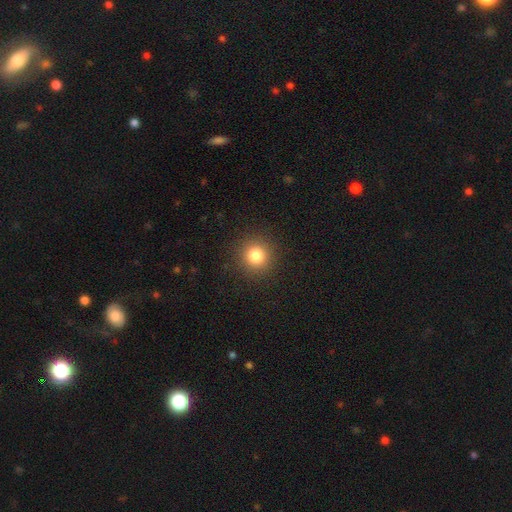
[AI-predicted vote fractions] smooth_or_featured: smooth (p=0.82) [alt: star or artifact p=0.13]
how_rounded: round (p=0.94) [alt: in between p=0.05]
merging: none (p=0.92) [alt: minor disturbance p=0.05]